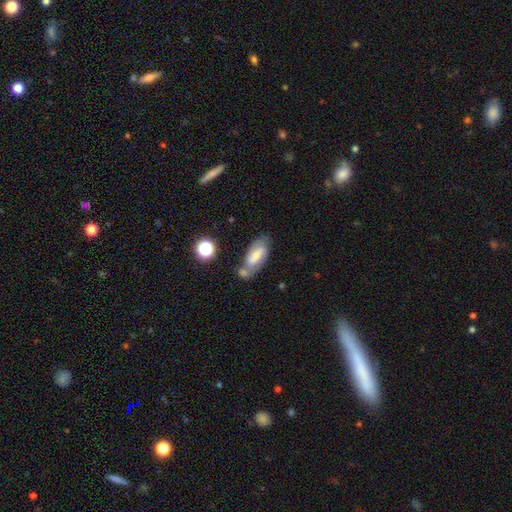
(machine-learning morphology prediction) A featured or disk galaxy (53%). Merging: none (57%).